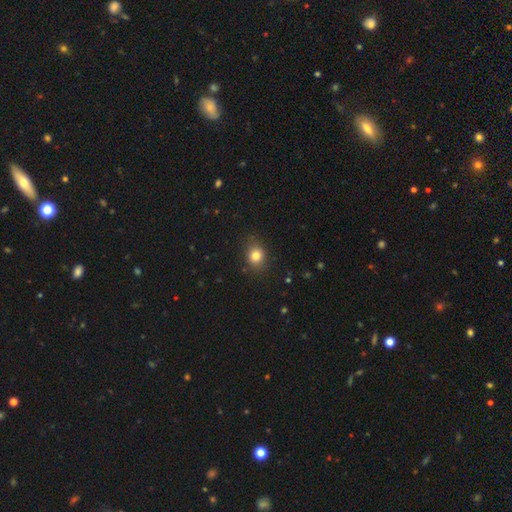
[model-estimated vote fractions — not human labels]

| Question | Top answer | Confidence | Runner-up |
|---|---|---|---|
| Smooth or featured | smooth | 82% | star or artifact (11%) |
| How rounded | round | 60% | in between (39%) |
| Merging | none | 82% | minor disturbance (13%) |